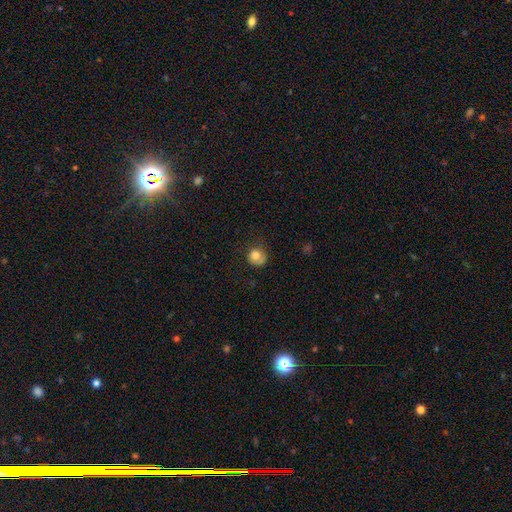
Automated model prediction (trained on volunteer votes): A smooth galaxy with no disk features (79%) that is round (82%). Merging: none (53%).